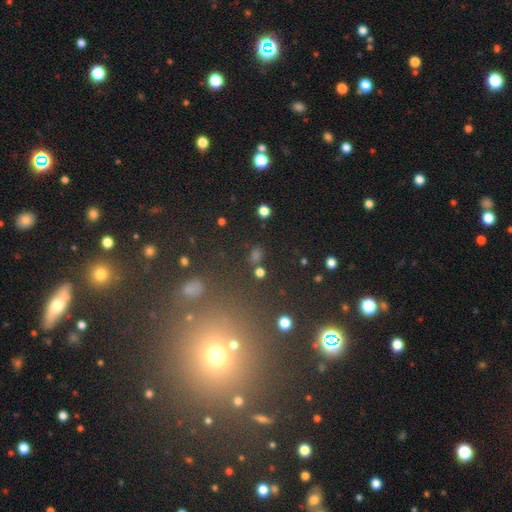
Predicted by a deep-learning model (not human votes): Overall: smooth (51%; star or artifact 38%). How rounded: round (53%; in between 43%). Merging: none (77%).